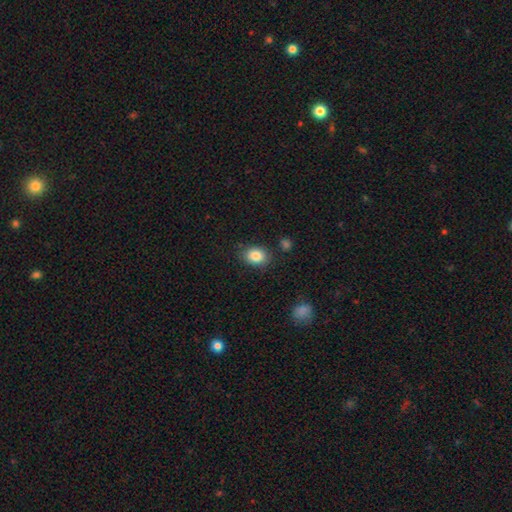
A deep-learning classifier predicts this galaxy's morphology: Smooth or featured: smooth — 85% (star or artifact — 9%)
How rounded: in between — 62% (round — 37%)
Merging: none — 82% (minor disturbance — 12%)